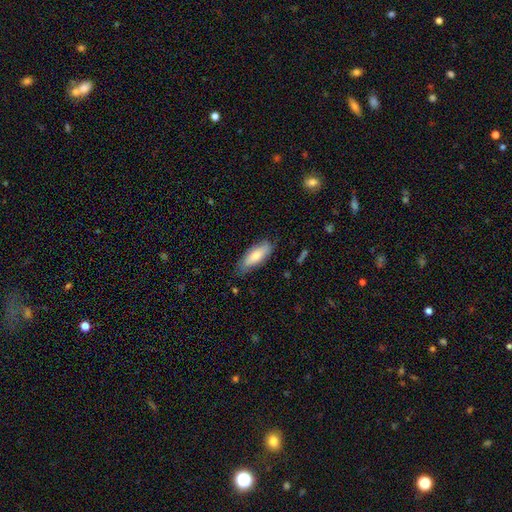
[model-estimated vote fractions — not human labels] smooth 76%, featured or disk 18%, star or artifact 6%. Down the decision tree: how rounded — in between (69%); merging — none (73%).